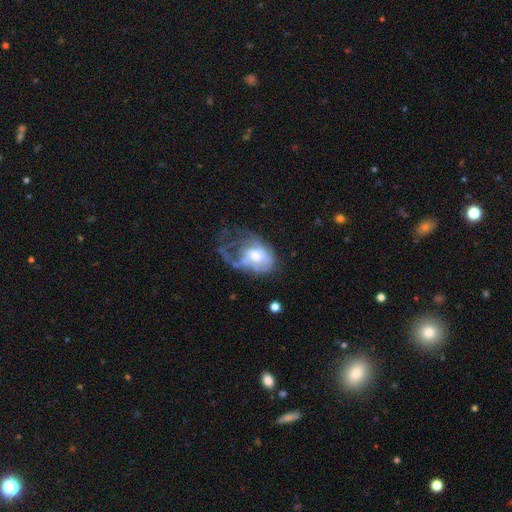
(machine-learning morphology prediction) This is likely a featured or disk galaxy (61%). It is clearly not viewed edge-on (96%). Bar: likely no (70%). Spiral arm pattern: possibly no (54%). Central bulge: possibly moderate (57%). Merging: possibly major disturbance (52%).